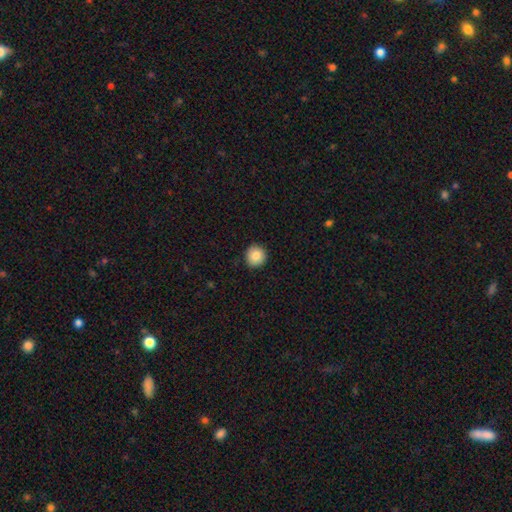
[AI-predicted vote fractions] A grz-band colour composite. It shows a smooth galaxy with no disk features (86%) that is round (92%). Merging: none (91%).